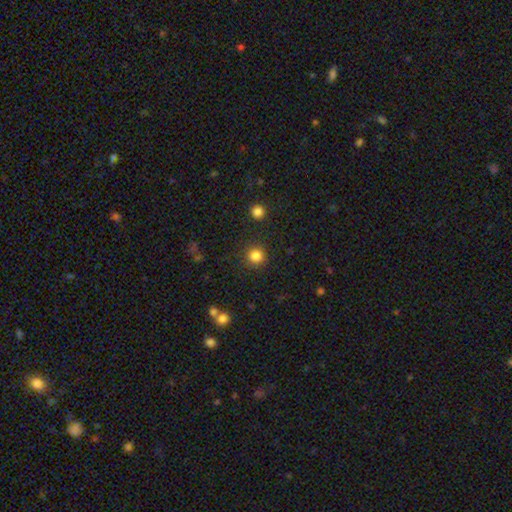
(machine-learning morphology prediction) A smooth galaxy with no disk features (84%) that is round (93%). Merging: none (89%).